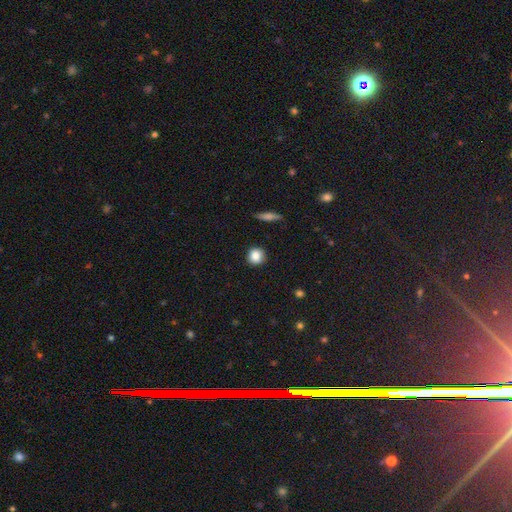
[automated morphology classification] This is clearly a smooth galaxy (84%). How rounded: clearly round (90%). Merging: clearly none (90%).